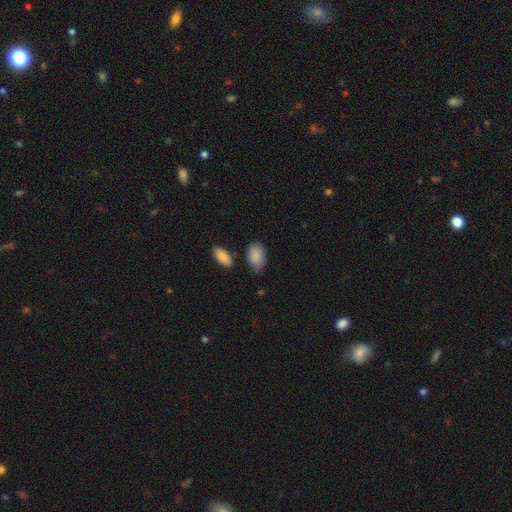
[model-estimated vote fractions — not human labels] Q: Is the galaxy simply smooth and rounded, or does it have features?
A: smooth — 88%.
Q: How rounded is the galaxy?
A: in between — 90%.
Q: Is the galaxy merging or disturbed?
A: none — 65%.